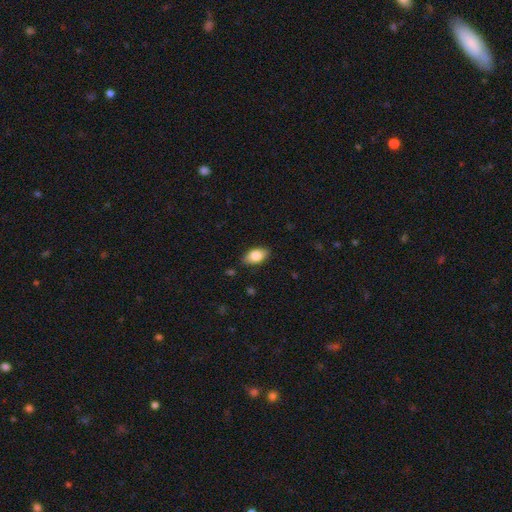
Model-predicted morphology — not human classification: Smooth or featured?
  - smooth: 82% *
  - featured or disk: 11%
  - star or artifact: 7%
How rounded?
  - in between: 92% *
  - round: 5%
  - cigar-shaped: 4%
Merging?
  - none: 85% *
  - minor disturbance: 12%
  - major disturbance: 2%
  - merger: 1%